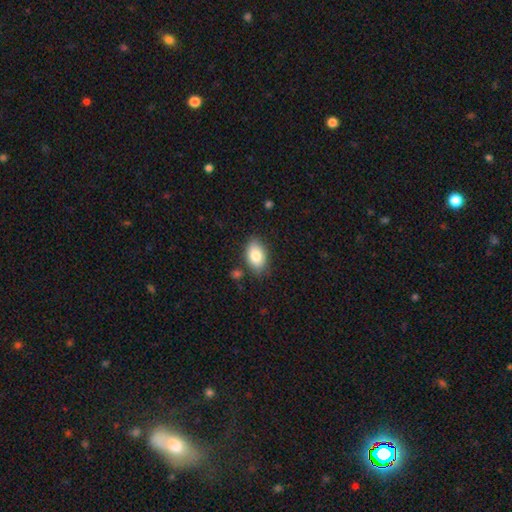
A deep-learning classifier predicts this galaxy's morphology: smooth_or_featured: smooth (p=0.84) [alt: featured or disk p=0.09]
how_rounded: in between (p=0.92) [alt: round p=0.07]
merging: none (p=0.80) [alt: minor disturbance p=0.14]